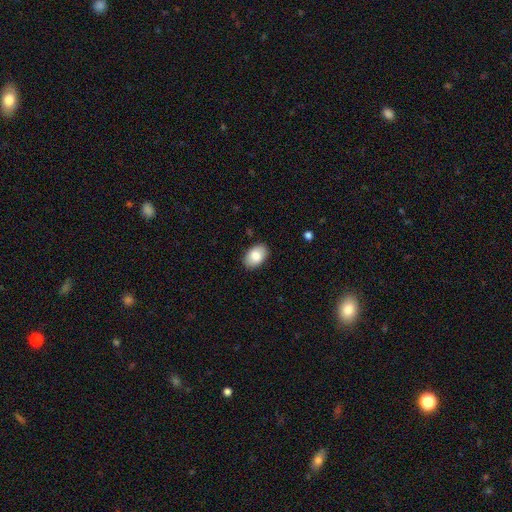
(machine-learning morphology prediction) Smooth or featured? Predicted: smooth (p=0.85). How rounded? Predicted: in between (p=0.90). Merging? Predicted: none (p=0.87).